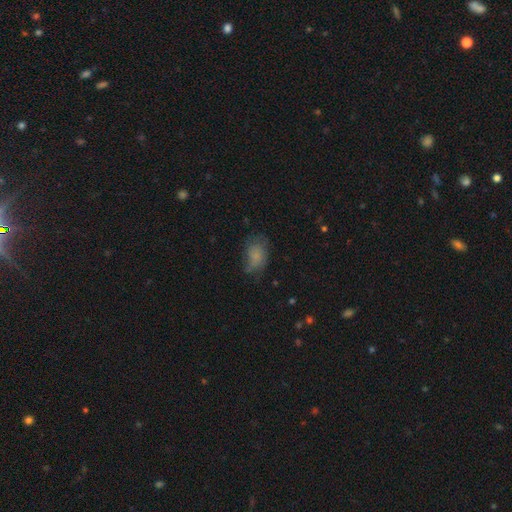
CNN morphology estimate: Q: Smooth or featured?
A: smooth (73%); runner-up: featured or disk (16%)
Q: How rounded?
A: in between (84%); runner-up: round (14%)
Q: Merging?
A: none (52%); runner-up: minor disturbance (30%)